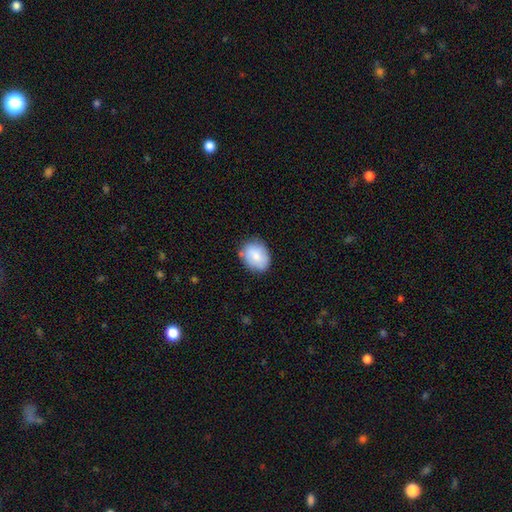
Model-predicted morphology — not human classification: Q: Smooth or featured?
A: smooth (79%); runner-up: featured or disk (14%)
Q: How rounded?
A: in between (60%); runner-up: round (39%)
Q: Merging?
A: none (75%); runner-up: minor disturbance (19%)